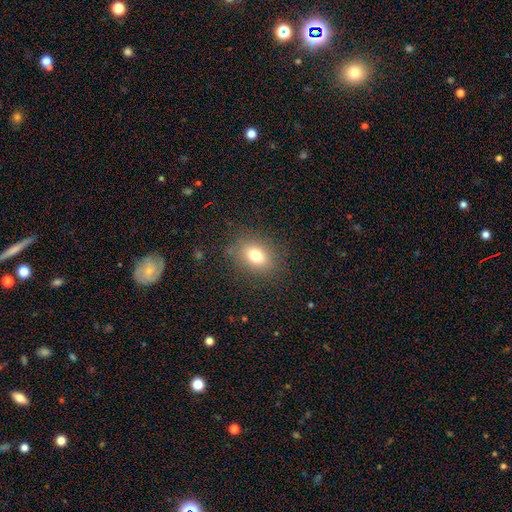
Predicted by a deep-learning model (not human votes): The model was most divided on "how rounded": in between: 65%, round: 33%, cigar-shaped: 2%. More confident: merging — none (84%); smooth or featured — smooth (76%).